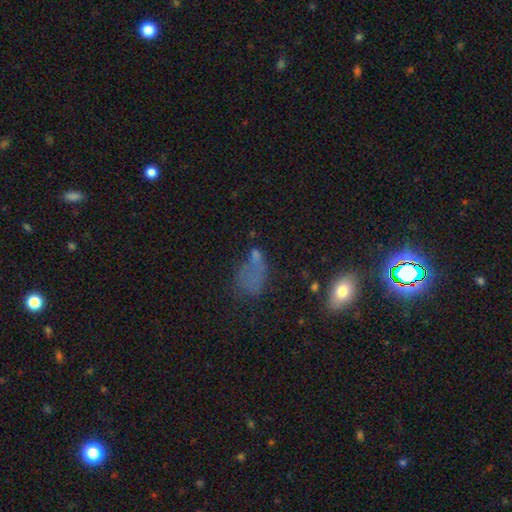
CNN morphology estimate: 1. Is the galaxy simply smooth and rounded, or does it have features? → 53% smooth, 25% star or artifact, 22% featured or disk.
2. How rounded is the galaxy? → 74% in between, 21% round, 5% cigar-shaped.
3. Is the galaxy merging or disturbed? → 32% none, 31% major disturbance, 18% merger, 18% minor disturbance.